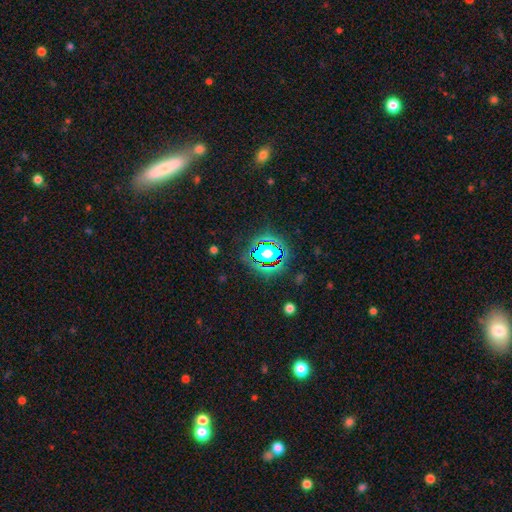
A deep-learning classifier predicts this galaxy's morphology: This appears to be a star or artifact, not a galaxy (64%).